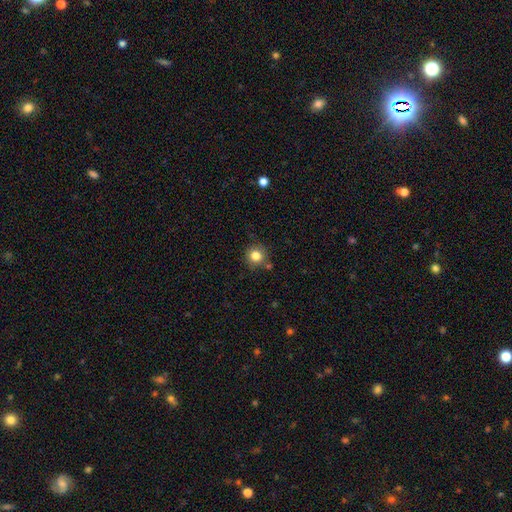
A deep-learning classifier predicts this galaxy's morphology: Smooth or featured? Predicted: smooth (p=0.82). How rounded? Predicted: round (p=0.91). Merging? Predicted: none (p=0.79).